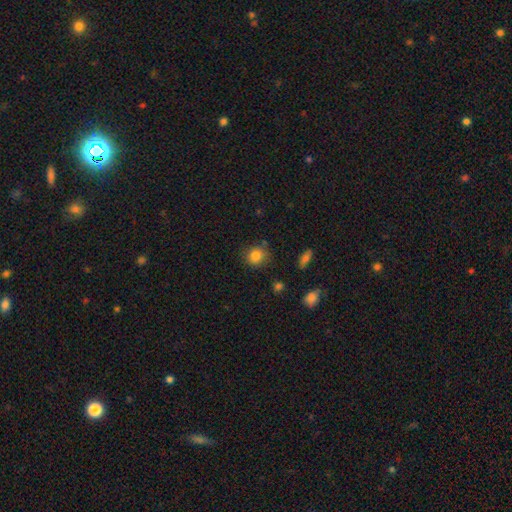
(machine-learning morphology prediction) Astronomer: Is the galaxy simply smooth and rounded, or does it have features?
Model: smooth — 83%.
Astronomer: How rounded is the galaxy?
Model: round — 81%.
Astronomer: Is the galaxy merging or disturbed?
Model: none — 78%.